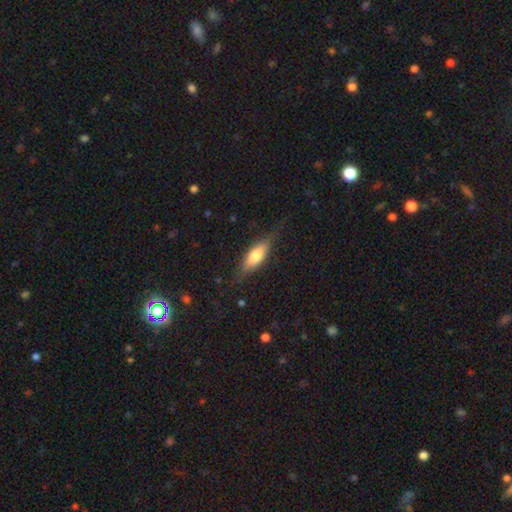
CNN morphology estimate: Smooth or featured? Predicted: smooth (p=0.65). How rounded? Predicted: in between (p=0.63). Merging? Predicted: none (p=0.73).